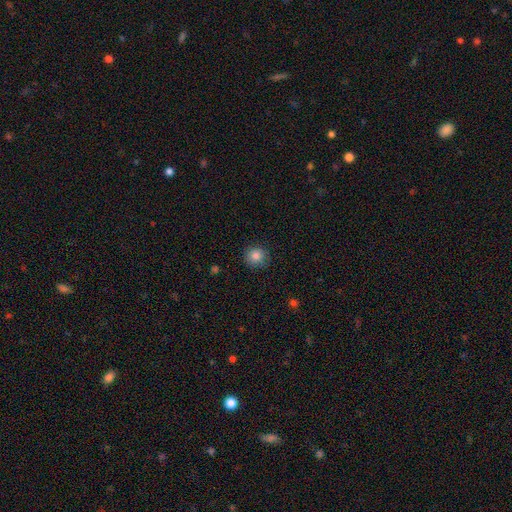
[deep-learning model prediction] Q: Smooth or featured?
A: smooth (85%); runner-up: star or artifact (10%)
Q: How rounded?
A: round (92%); runner-up: in between (7%)
Q: Merging?
A: none (88%); runner-up: minor disturbance (9%)